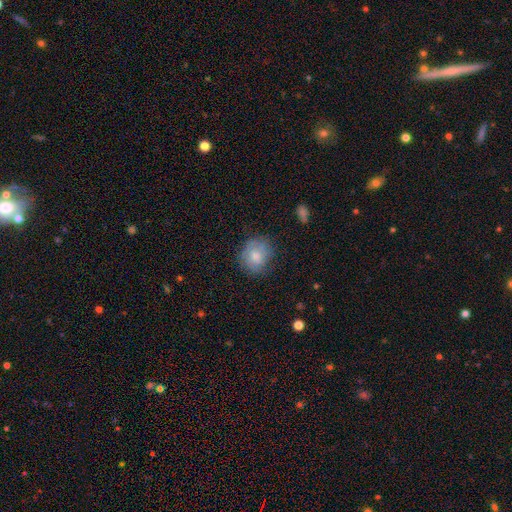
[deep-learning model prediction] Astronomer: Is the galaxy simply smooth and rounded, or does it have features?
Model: smooth — 70%.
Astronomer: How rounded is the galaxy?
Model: round — 73%.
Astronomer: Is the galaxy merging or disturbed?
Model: none — 72%.